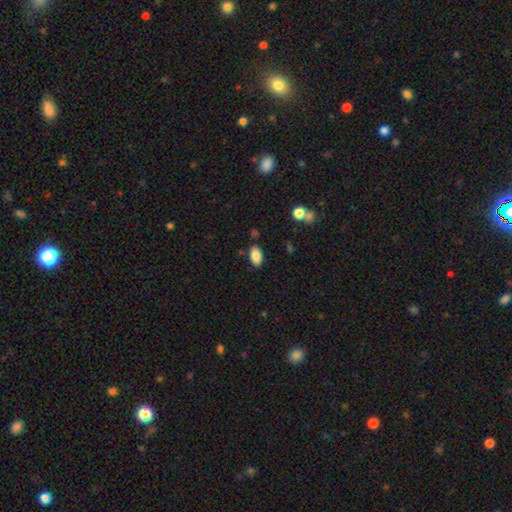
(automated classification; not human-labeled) Smooth or featured?
  - smooth: 85% *
  - star or artifact: 8%
  - featured or disk: 7%
How rounded?
  - in between: 93% *
  - round: 4%
  - cigar-shaped: 3%
Merging?
  - none: 83% *
  - minor disturbance: 12%
  - merger: 3%
  - major disturbance: 3%